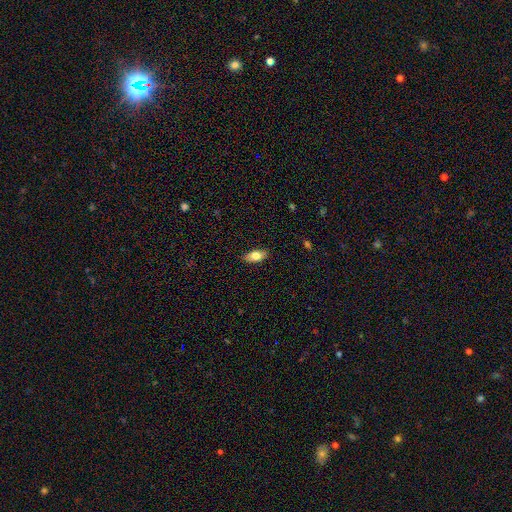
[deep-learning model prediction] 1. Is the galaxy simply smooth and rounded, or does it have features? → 76% smooth, 17% featured or disk, 7% star or artifact.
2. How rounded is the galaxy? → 88% in between, 9% cigar-shaped, 3% round.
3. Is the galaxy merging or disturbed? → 88% none, 9% minor disturbance, 2% major disturbance, 1% merger.